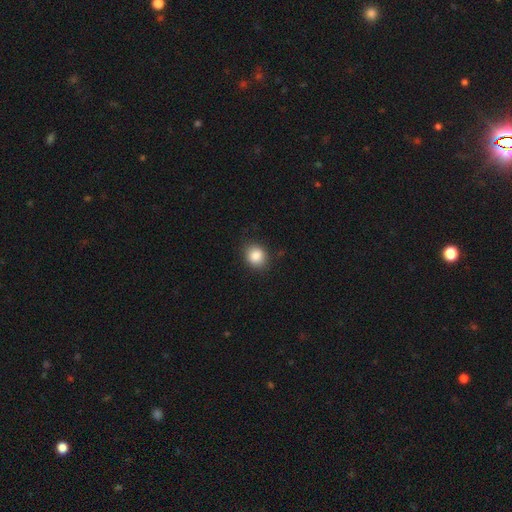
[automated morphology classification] smooth 86%, star or artifact 9%, featured or disk 5%. Down the decision tree: how rounded — round (68%); merging — none (85%).